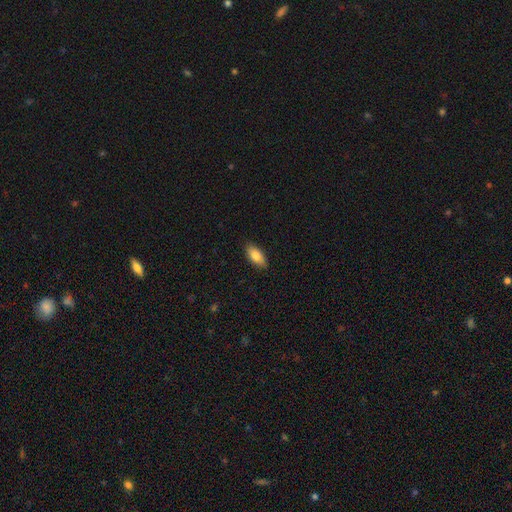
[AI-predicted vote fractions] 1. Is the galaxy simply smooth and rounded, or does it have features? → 85% smooth, 9% featured or disk, 6% star or artifact.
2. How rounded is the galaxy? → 86% in between, 11% cigar-shaped, 2% round.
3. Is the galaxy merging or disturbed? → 87% none, 10% minor disturbance, 2% major disturbance, 1% merger.